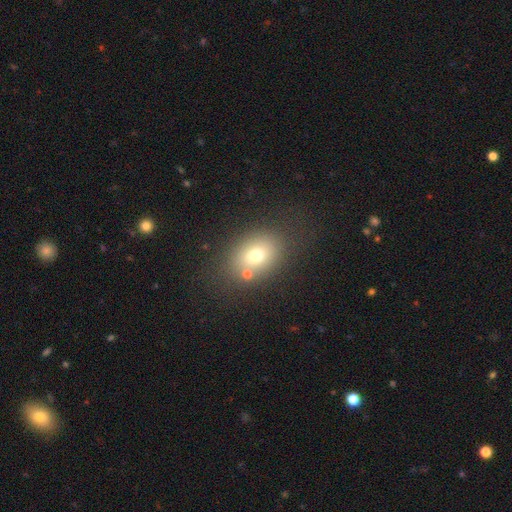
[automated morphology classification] Overall: smooth (71%). How rounded: in between (67%; round 32%). Merging: none (73%).